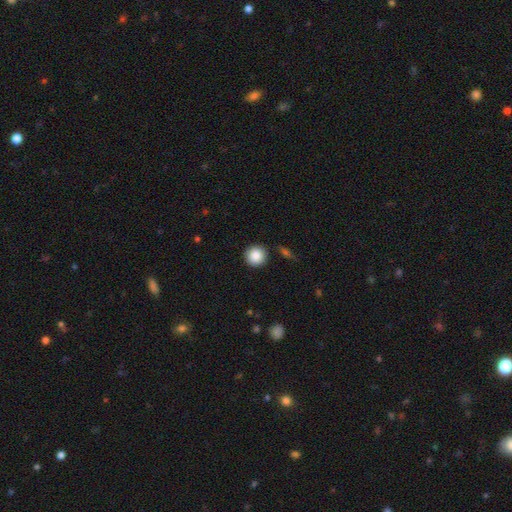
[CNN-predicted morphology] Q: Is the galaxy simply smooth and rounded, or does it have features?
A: smooth — 87%.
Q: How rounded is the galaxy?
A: round — 95%.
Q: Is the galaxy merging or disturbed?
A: none — 90%.